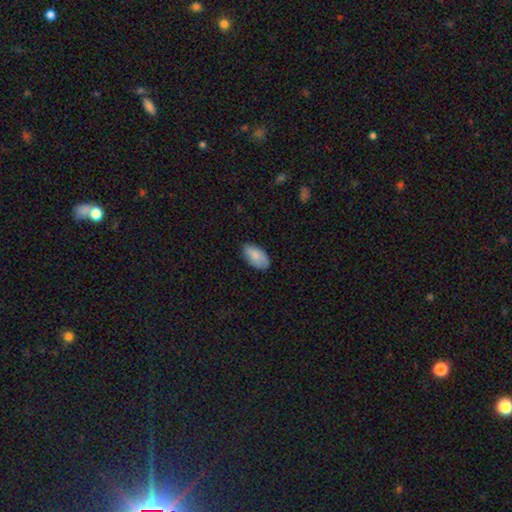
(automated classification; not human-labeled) smooth 83%, featured or disk 11%, star or artifact 6%. Down the decision tree: how rounded — in between (94%); merging — none (78%).